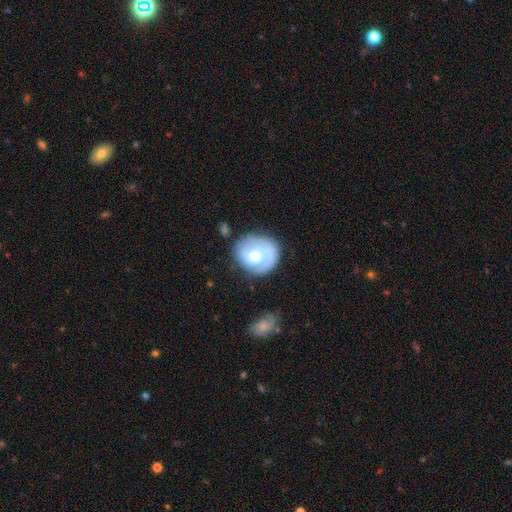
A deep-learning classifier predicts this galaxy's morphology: This is possibly a featured or disk galaxy (56%). It is clearly not viewed edge-on (98%). Bar: likely no (73%). Spiral arm pattern: likely yes (68%). Central bulge: possibly moderate (56%). Merging: likely none (65%).